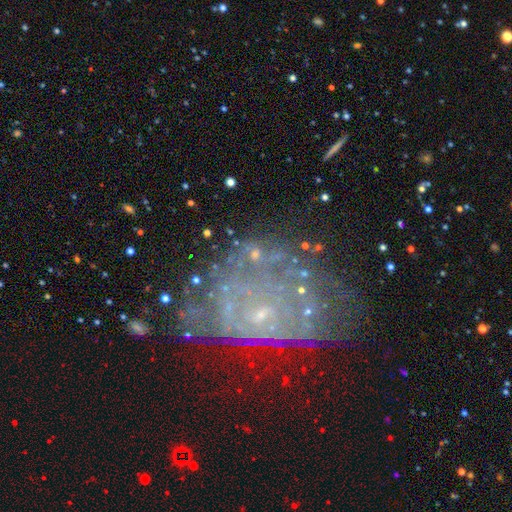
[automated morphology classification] Smooth or featured? Predicted: featured or disk (p=0.68). Edge-on disk? Predicted: no (p=0.97). Bar? Predicted: no (p=0.67). Spiral arms? Predicted: yes (p=0.60). Bulge size? Predicted: small (p=0.61). Merging? Predicted: none (p=0.49).